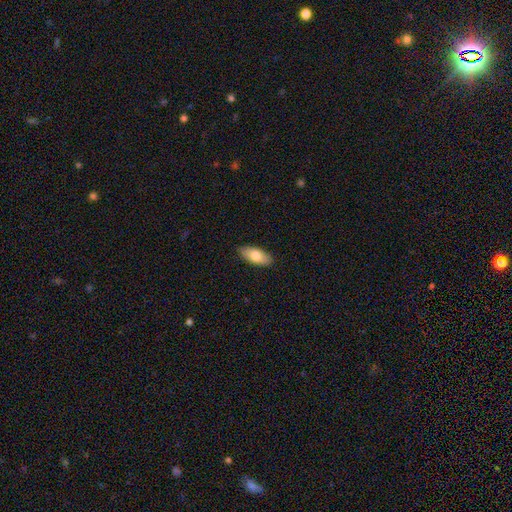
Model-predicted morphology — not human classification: Smooth or featured? smooth (79%)
How rounded? in between (85%)
Merging? none (86%)